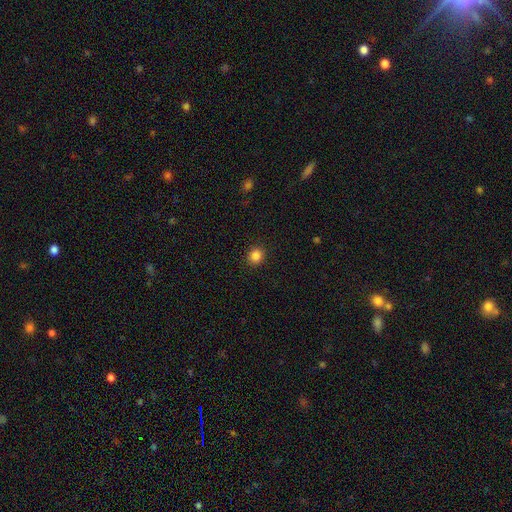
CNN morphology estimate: type=smooth (85%); roundness=round (82%); merging=none (91%).